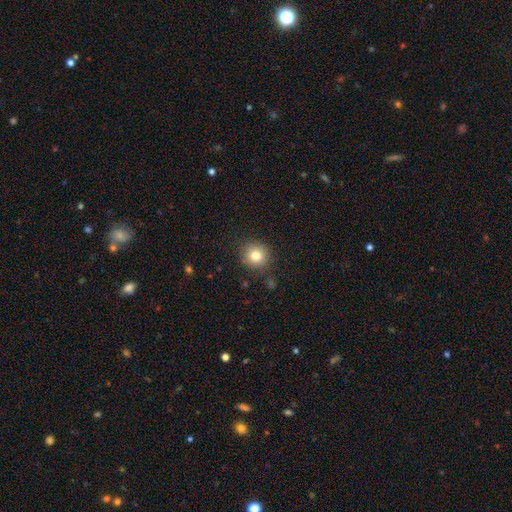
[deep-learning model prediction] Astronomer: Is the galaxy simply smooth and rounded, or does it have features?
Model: smooth — 81%.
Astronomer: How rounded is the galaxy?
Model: round — 93%.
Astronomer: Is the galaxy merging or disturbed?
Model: none — 88%.